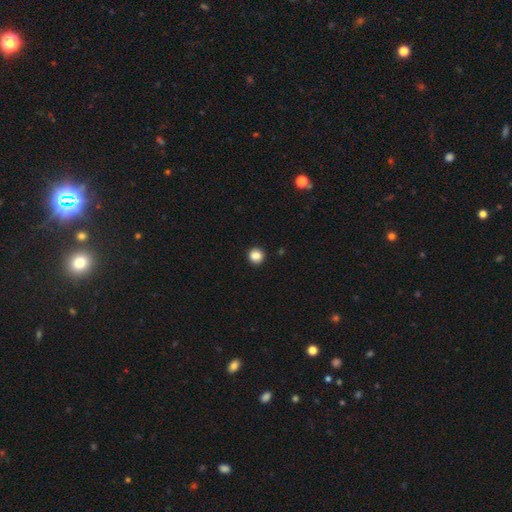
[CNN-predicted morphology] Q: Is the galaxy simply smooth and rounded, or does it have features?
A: smooth — 86%.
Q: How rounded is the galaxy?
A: round — 90%.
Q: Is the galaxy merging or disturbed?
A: none — 91%.